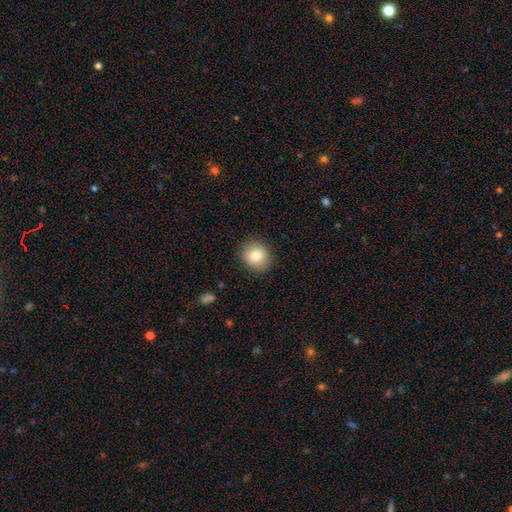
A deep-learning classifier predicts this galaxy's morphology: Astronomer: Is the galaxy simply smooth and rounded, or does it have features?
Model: smooth — 81%.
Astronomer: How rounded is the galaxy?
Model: round — 79%.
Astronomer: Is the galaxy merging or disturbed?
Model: none — 88%.